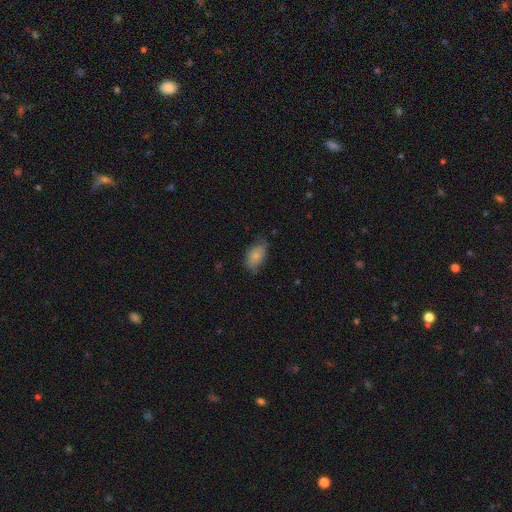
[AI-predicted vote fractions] A smooth galaxy with no disk features (80%) that is in between round and cigar-shaped (92%). Merging: none (65%).